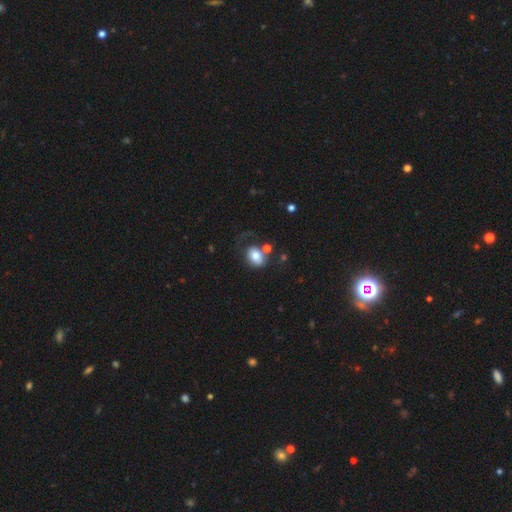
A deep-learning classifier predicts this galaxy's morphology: type=smooth (76%); roundness=in between (56%); merging=none (48%).